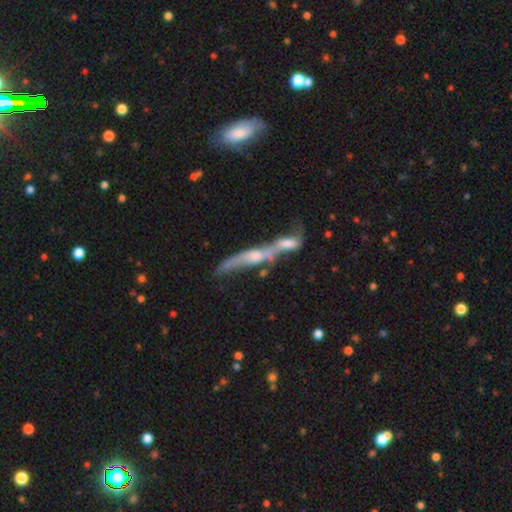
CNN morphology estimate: smooth-or-featured: featured or disk: 64% | smooth: 27% | star or artifact: 10%
  disk-edge-on: yes: 62% | no: 38%
  merging: merger: 60% | none: 21% | minor disturbance: 10% | major disturbance: 9%